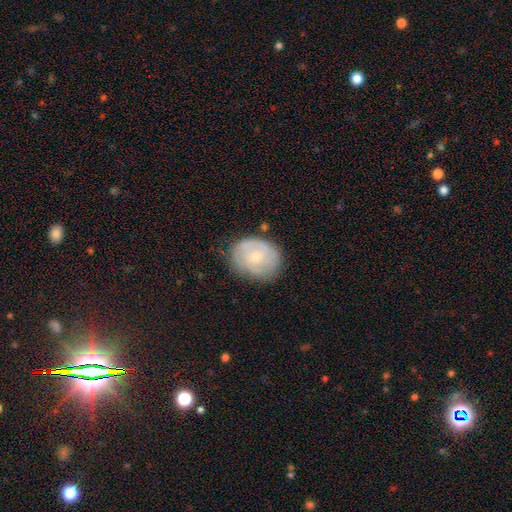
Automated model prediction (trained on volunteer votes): Smooth or featured? featured or disk (52%)
Edge-on disk? no (97%)
Bar? no (74%)
Spiral arms? yes (70%)
Bulge size? small (58%)
Merging? none (70%)